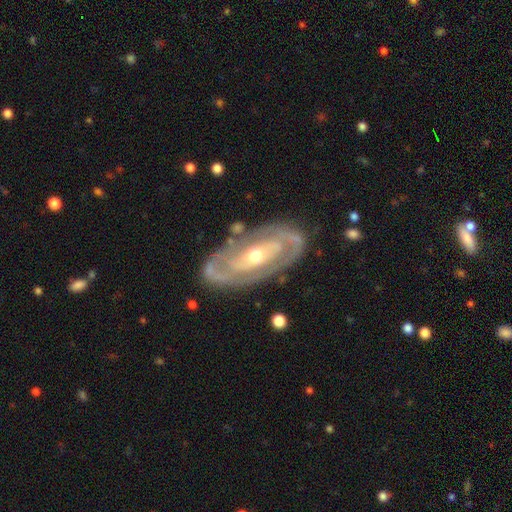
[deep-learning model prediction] Morphology: type=featured or disk (86%); edge-on=no (92%); bar=no (51%); spiral arms=yes (84%); winding=tight (63%); arm count=2 (62%); bulge=moderate (56%); merging=none (79%).